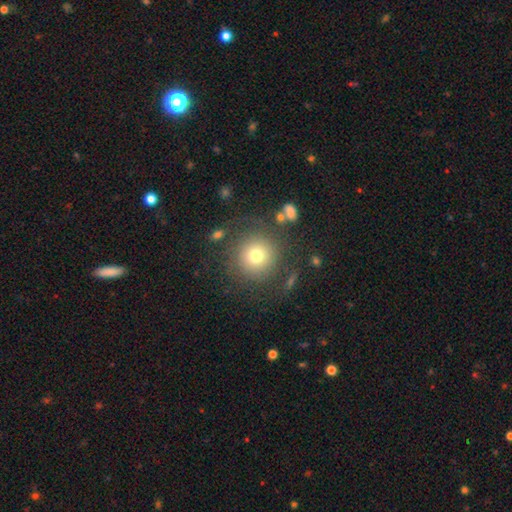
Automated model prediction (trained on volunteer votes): A smooth galaxy with no disk features (73%) that is round (94%). Merging: none (80%).